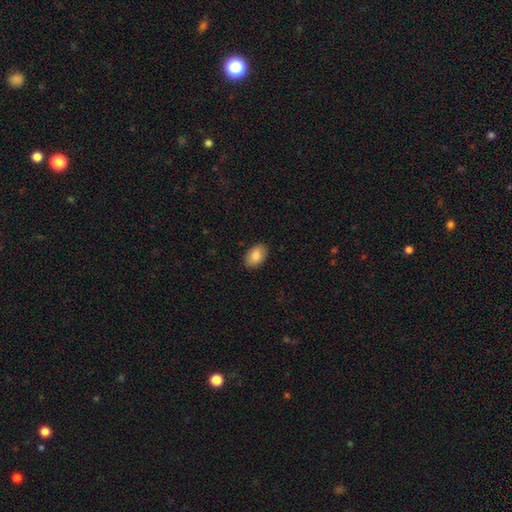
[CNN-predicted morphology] Smooth or featured? Predicted: smooth (p=0.87). How rounded? Predicted: in between (p=0.90). Merging? Predicted: none (p=0.89).